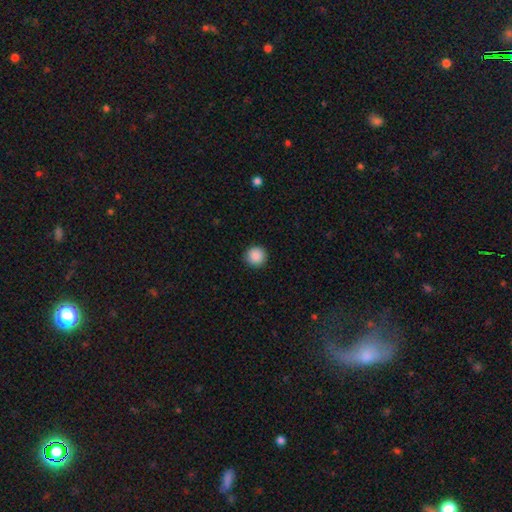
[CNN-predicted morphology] Smooth or featured: smooth — 89% (star or artifact — 9%)
How rounded: round — 95% (in between — 4%)
Merging: none — 92% (minor disturbance — 5%)